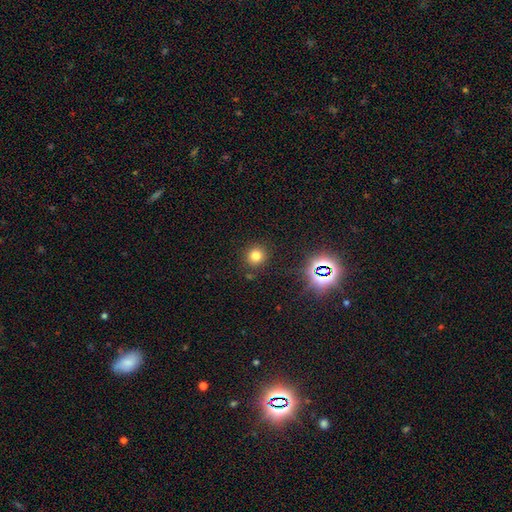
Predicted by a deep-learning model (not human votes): Morphology: type=smooth (74%); roundness=round (92%); merging=none (87%).